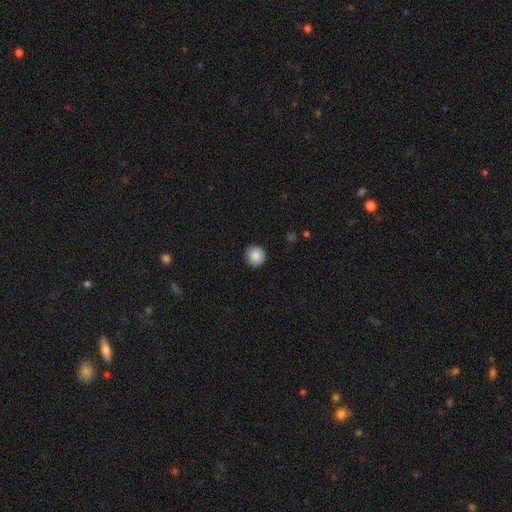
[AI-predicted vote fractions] A smooth galaxy with no disk features (87%) that is round (95%).

Vote fractions:
- Smooth or featured? smooth: 87% / star or artifact: 8% / featured or disk: 4%
- How rounded? round: 95% / in between: 4% / cigar-shaped: 1%
- Merging? none: 91% / minor disturbance: 7% / major disturbance: 2% / merger: 1%